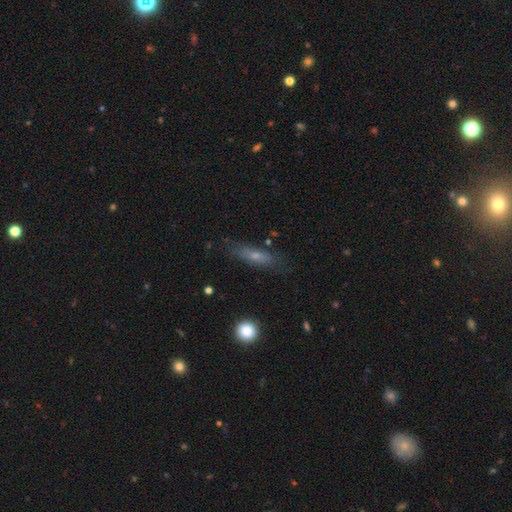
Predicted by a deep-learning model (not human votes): Smooth or featured: smooth — 57% (featured or disk — 34%)
How rounded: cigar-shaped — 61% (in between — 35%)
Merging: none — 74% (minor disturbance — 18%)